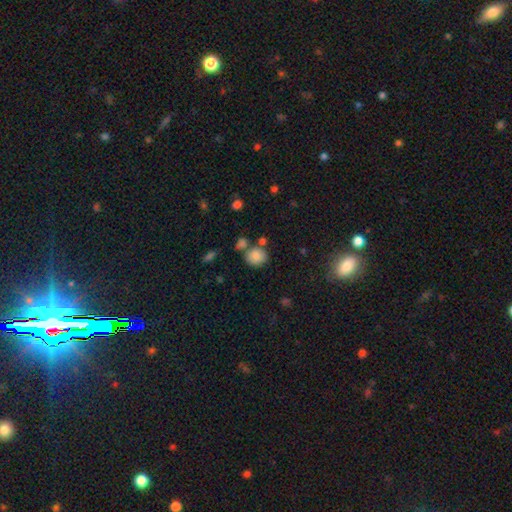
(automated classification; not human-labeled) smooth_or_featured: smooth (p=0.83) [alt: star or artifact p=0.10]
how_rounded: round (p=0.77) [alt: in between p=0.22]
merging: none (p=0.66) [alt: merger p=0.17]